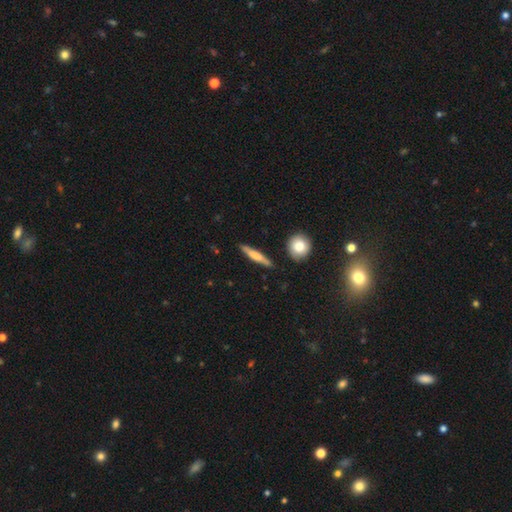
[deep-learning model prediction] Smooth or featured? Predicted: smooth (p=0.58). How rounded? Predicted: cigar-shaped (p=0.87). Merging? Predicted: none (p=0.87).